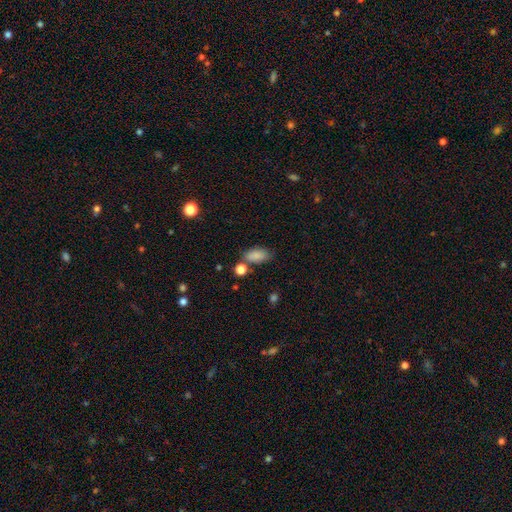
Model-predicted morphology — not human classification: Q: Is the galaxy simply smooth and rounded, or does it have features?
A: smooth — 85%.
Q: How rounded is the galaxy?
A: in between — 89%.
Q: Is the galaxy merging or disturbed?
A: none — 62%.